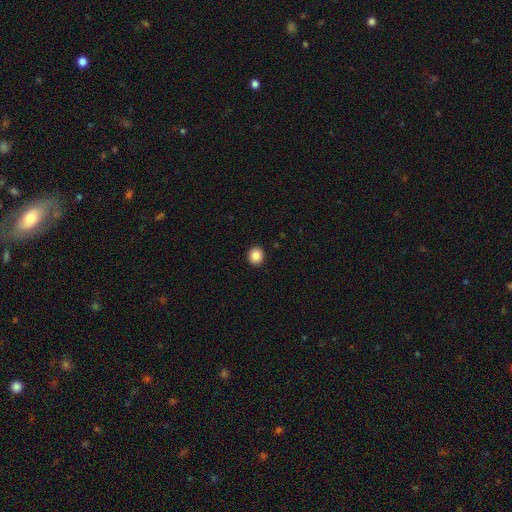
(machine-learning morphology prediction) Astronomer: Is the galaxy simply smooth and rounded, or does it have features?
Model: smooth — 85%.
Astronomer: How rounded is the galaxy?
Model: round — 84%.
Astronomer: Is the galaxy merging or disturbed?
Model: none — 93%.